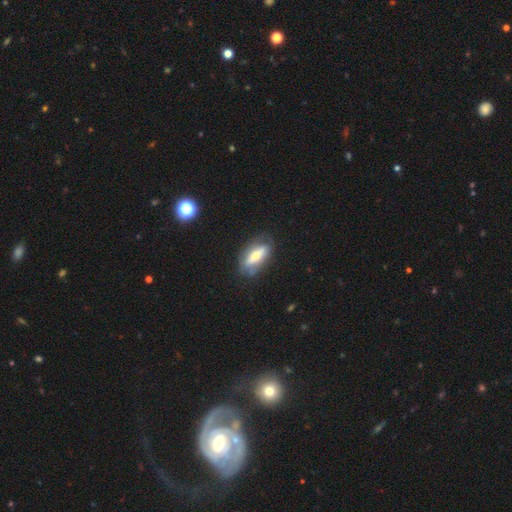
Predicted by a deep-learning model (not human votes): A featured or disk galaxy (47%, tied with smooth). Merging: none (75%).